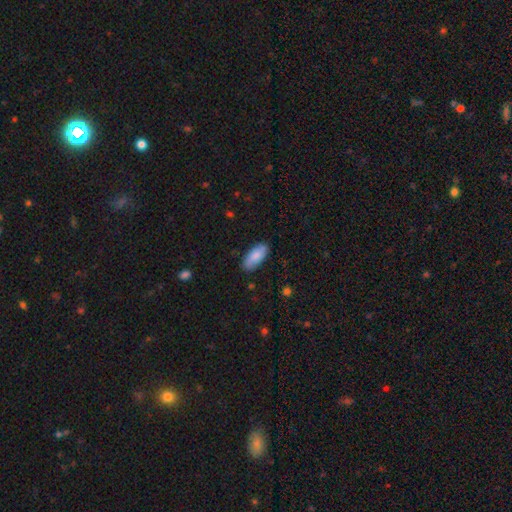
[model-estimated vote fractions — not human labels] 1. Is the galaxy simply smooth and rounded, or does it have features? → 83% smooth, 11% featured or disk, 6% star or artifact.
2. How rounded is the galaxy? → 86% in between, 12% cigar-shaped, 2% round.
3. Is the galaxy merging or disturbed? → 85% none, 11% minor disturbance, 2% major disturbance, 1% merger.